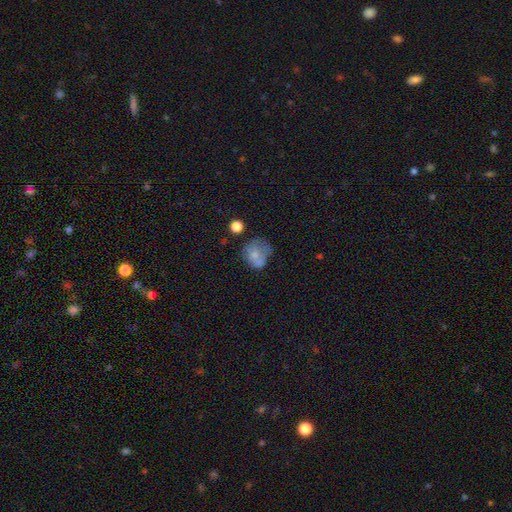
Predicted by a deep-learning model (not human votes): This appears to be a smooth galaxy with no disk features (64%) that is round (63%). Merging: none (36%).